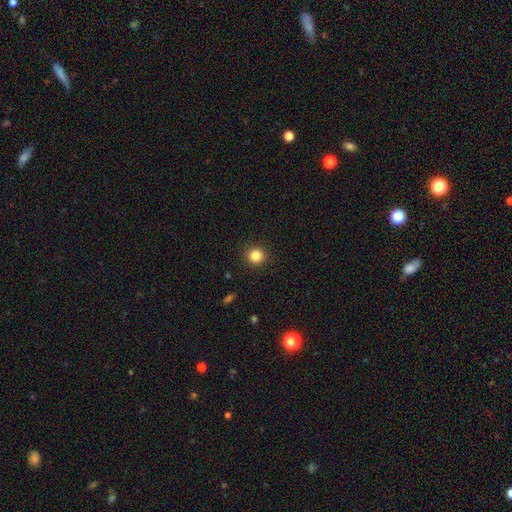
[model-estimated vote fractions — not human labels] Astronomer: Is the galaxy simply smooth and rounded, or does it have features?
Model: smooth — 84%.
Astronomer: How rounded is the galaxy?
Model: round — 93%.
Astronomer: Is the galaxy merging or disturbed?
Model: none — 92%.